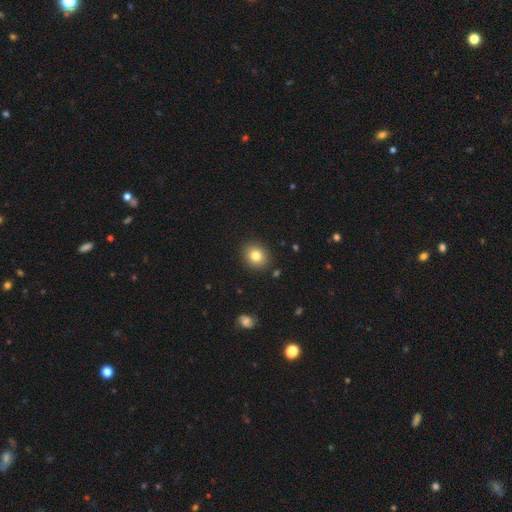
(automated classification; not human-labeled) This appears to be a smooth galaxy with no disk features (81%) that is round (74%). Merging: none (90%).